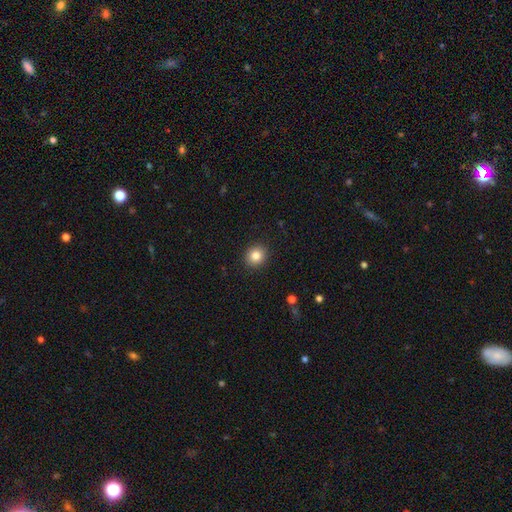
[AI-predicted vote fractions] This appears to be a smooth galaxy with no disk features (84%) that is round (80%). Merging: none (91%).